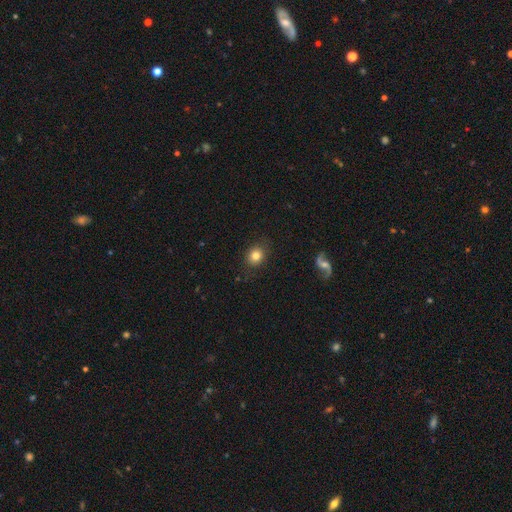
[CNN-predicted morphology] type=smooth (80%); roundness=round (66%); merging=none (86%).